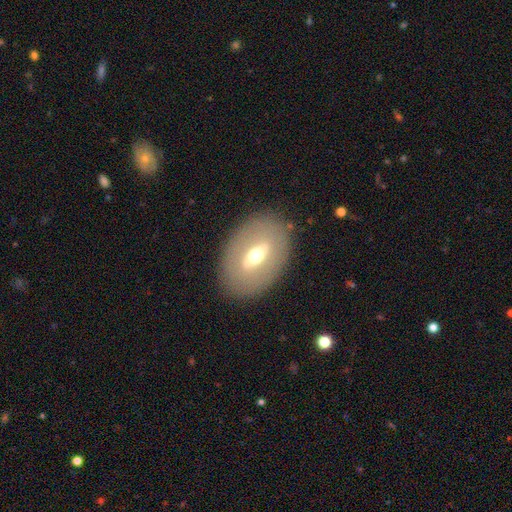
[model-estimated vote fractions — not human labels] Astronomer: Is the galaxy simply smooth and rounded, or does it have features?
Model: featured or disk — 54% (runner-up: smooth, 38%).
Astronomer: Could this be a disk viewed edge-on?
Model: no — 80%.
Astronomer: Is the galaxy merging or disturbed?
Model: none — 85%.